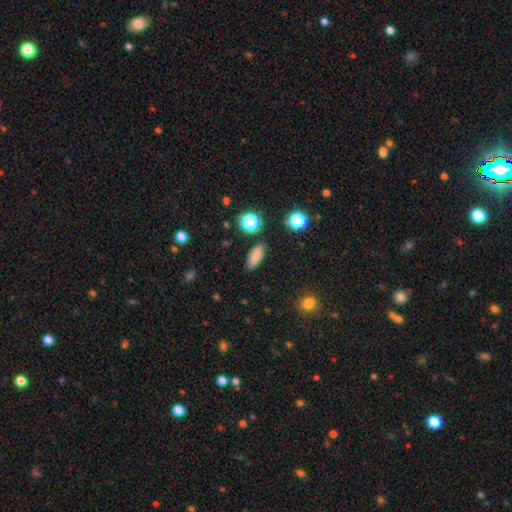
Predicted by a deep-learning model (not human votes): Q: Smooth or featured?
A: smooth (82%); runner-up: star or artifact (12%)
Q: How rounded?
A: in between (77%); runner-up: cigar-shaped (18%)
Q: Merging?
A: none (86%); runner-up: minor disturbance (9%)